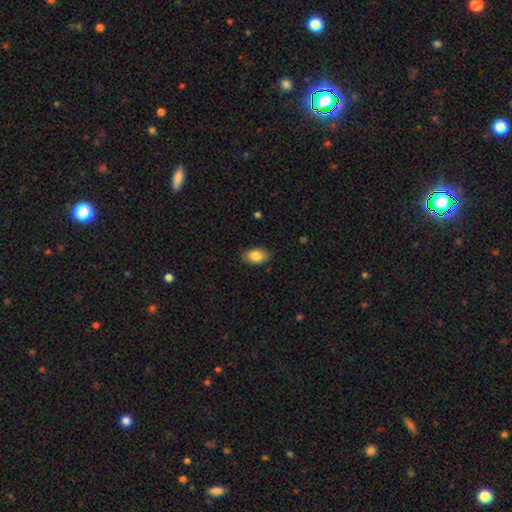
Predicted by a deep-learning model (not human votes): Smooth or featured?
  - smooth: 85% *
  - featured or disk: 8%
  - star or artifact: 7%
How rounded?
  - in between: 90% *
  - round: 9%
  - cigar-shaped: 1%
Merging?
  - none: 86% *
  - minor disturbance: 11%
  - major disturbance: 2%
  - merger: 1%